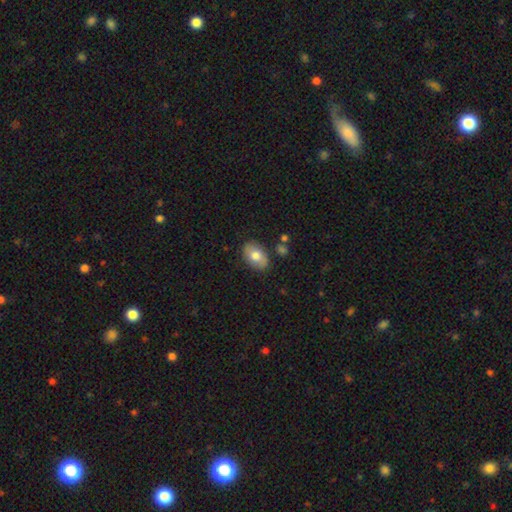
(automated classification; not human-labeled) smooth 73%, featured or disk 20%, star or artifact 7%. Down the decision tree: how rounded — in between (87%); merging — none (82%).